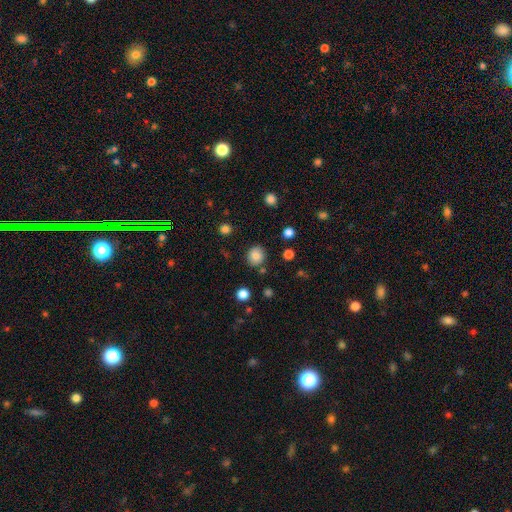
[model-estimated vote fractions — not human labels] Q: Smooth or featured?
A: smooth (84%); runner-up: star or artifact (11%)
Q: How rounded?
A: round (87%); runner-up: in between (12%)
Q: Merging?
A: none (86%); runner-up: minor disturbance (8%)